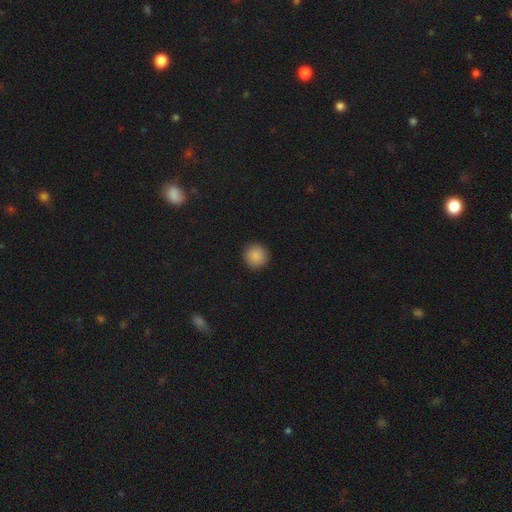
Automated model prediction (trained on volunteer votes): Smooth or featured? Predicted: smooth (p=0.88). How rounded? Predicted: round (p=0.95). Merging? Predicted: none (p=0.92).